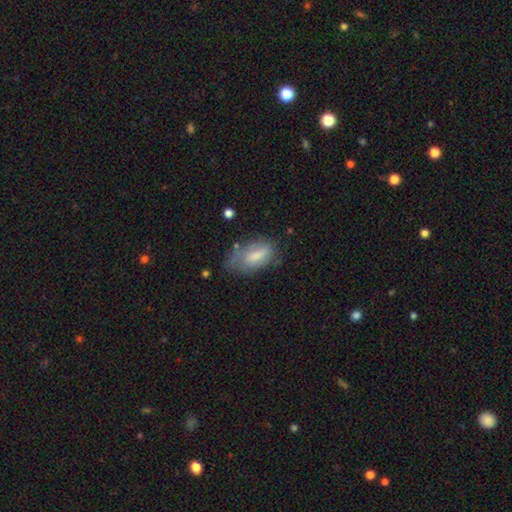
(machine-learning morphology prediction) A smooth galaxy with no disk features (67%) that is in between round and cigar-shaped (89%).

Vote fractions:
- Smooth or featured? smooth: 67% / featured or disk: 26% / star or artifact: 8%
- How rounded? in between: 89% / cigar-shaped: 8% / round: 4%
- Merging? none: 49% / minor disturbance: 33% / major disturbance: 14% / merger: 4%